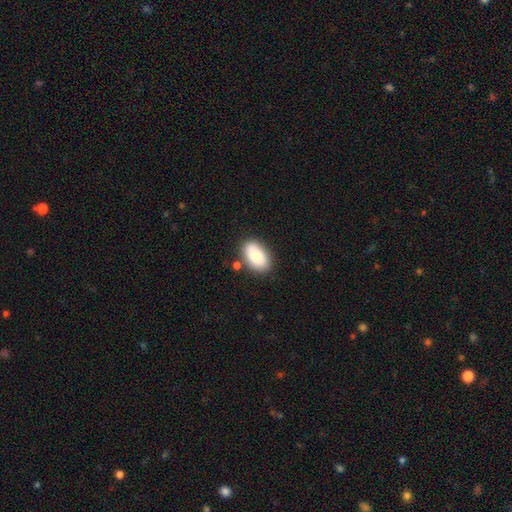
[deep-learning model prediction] Morphology: type=smooth (81%); roundness=in between (92%); merging=none (79%).